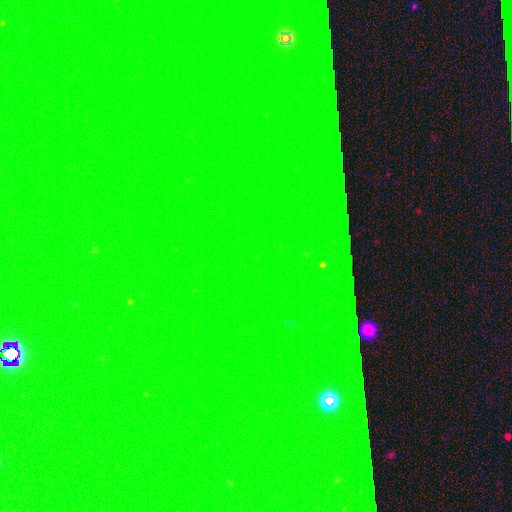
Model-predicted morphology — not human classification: Overall: star or artifact (83%).